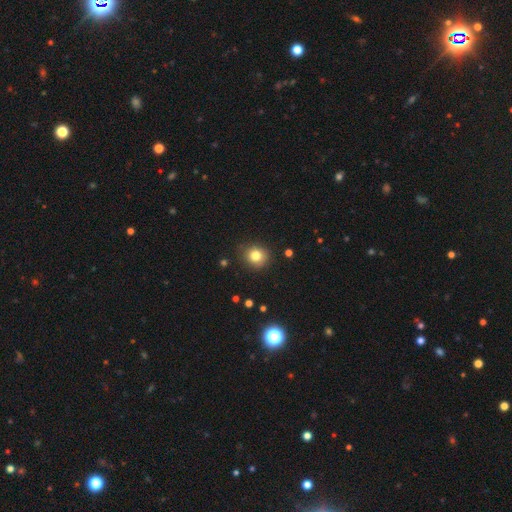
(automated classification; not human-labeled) Smooth or featured?
  - smooth: 80% *
  - star or artifact: 12%
  - featured or disk: 7%
How rounded?
  - round: 85% *
  - in between: 14%
  - cigar-shaped: 1%
Merging?
  - none: 86% *
  - minor disturbance: 11%
  - major disturbance: 2%
  - merger: 1%